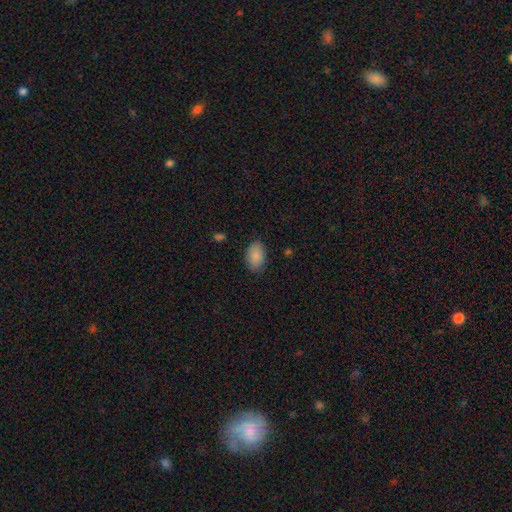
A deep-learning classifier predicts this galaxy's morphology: A smooth galaxy with no disk features (88%) that is in between round and cigar-shaped (90%). Merging: none (84%).